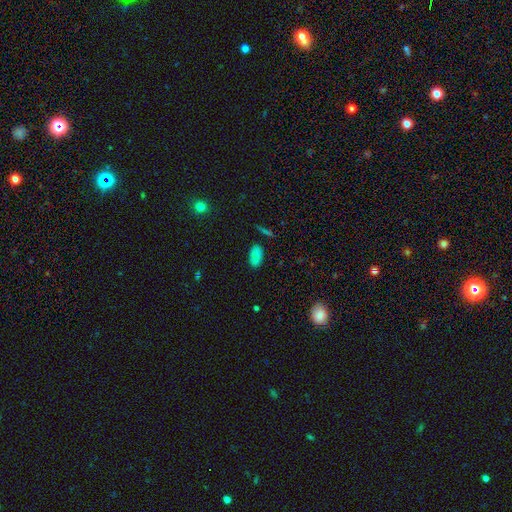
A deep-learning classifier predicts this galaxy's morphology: The model was most divided on "smooth or featured": smooth: 78%, star or artifact: 16%, featured or disk: 6%. More confident: how rounded — in between (94%); merging — none (81%).